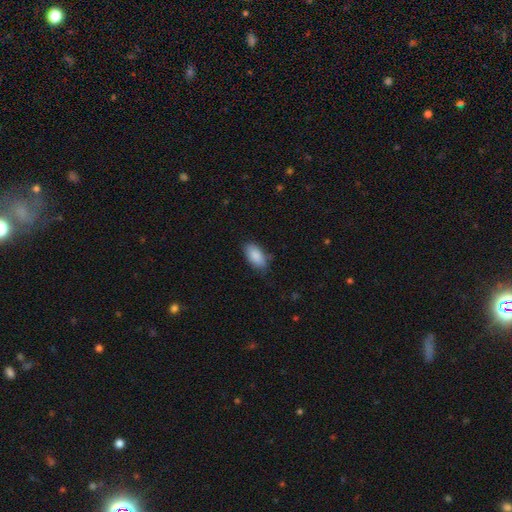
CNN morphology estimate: This is clearly a smooth galaxy (89%). How rounded: clearly in between (93%). Merging: likely none (77%).